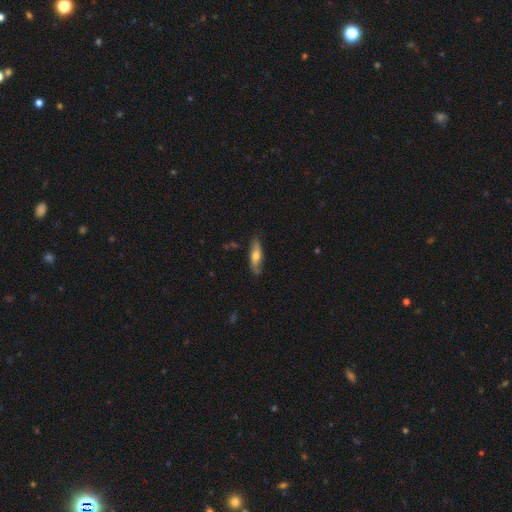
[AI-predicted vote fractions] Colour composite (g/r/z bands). It shows a smooth galaxy with no disk features (48%). Merging: none (77%).